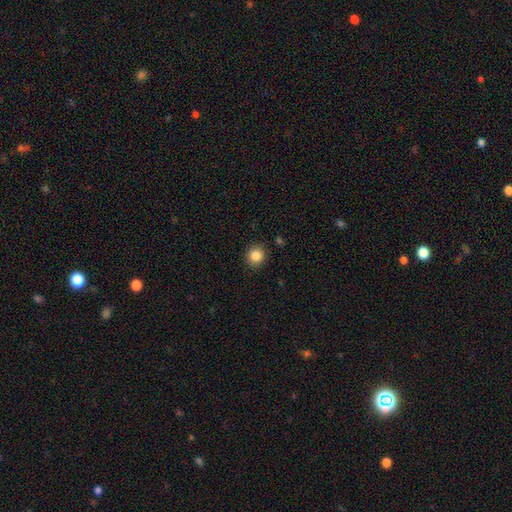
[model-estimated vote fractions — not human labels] smooth_or_featured: smooth (p=0.85) [alt: star or artifact p=0.10]
how_rounded: round (p=0.89) [alt: in between p=0.10]
merging: none (p=0.90) [alt: minor disturbance p=0.07]